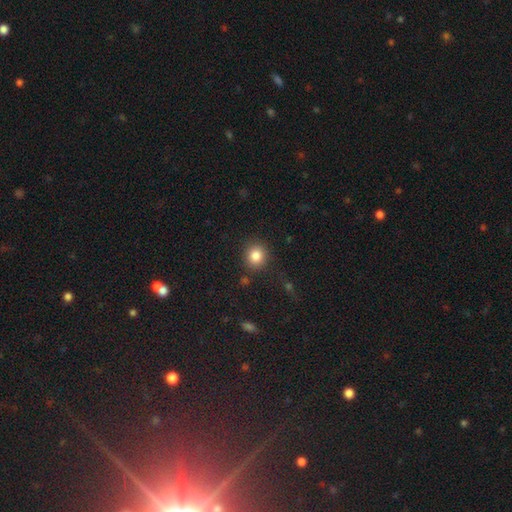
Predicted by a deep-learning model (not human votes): Smooth or featured: smooth — 85% (star or artifact — 10%)
How rounded: round — 85% (in between — 14%)
Merging: none — 86% (minor disturbance — 8%)